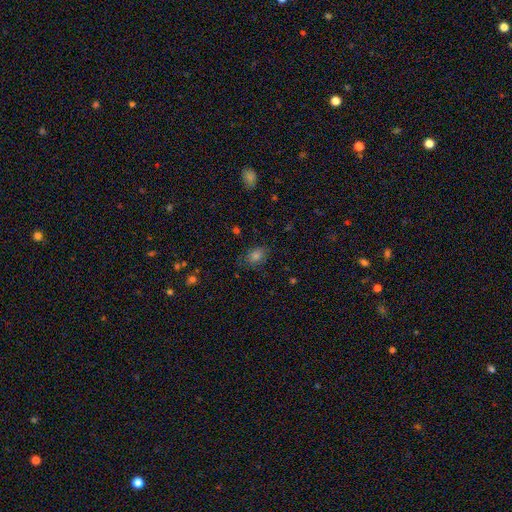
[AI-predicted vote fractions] smooth-or-featured: smooth: 70% | star or artifact: 21% | featured or disk: 9%
  how-rounded: in between: 62% | round: 36% | cigar-shaped: 2%
  merging: none: 78% | minor disturbance: 16% | major disturbance: 5% | merger: 2%